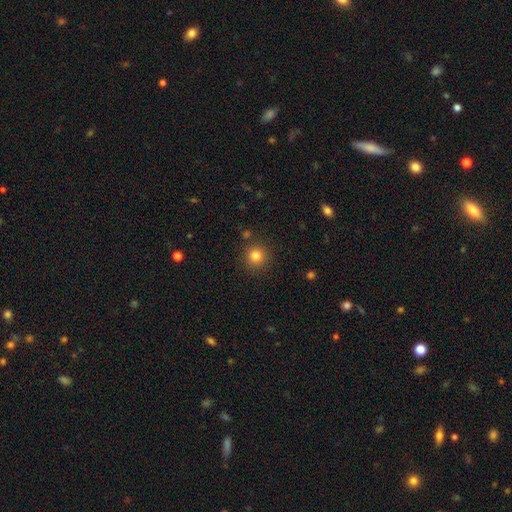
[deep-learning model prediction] Smooth or featured? Predicted: smooth (p=0.81). How rounded? Predicted: round (p=0.94). Merging? Predicted: none (p=0.87).